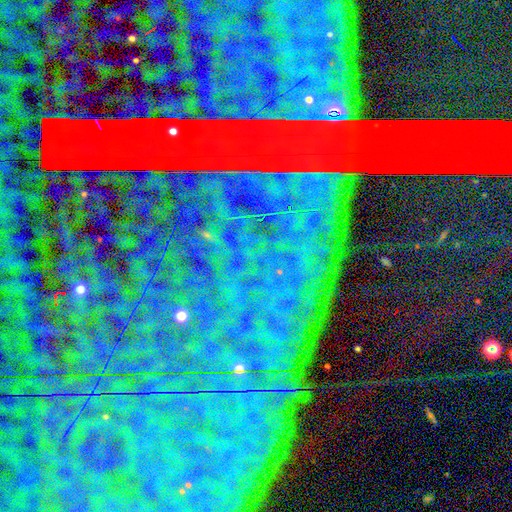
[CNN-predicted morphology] Smooth or featured: star or artifact — 86% (featured or disk — 8%)